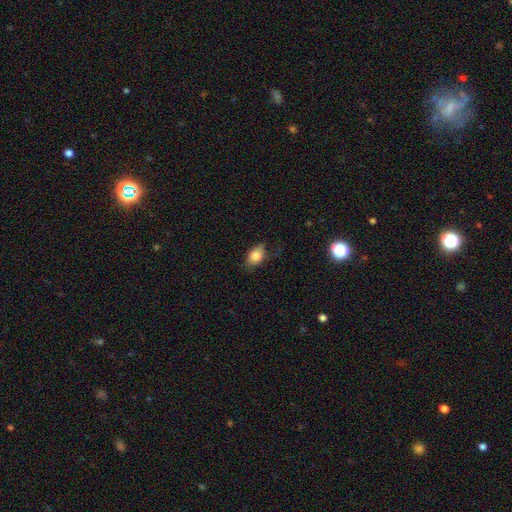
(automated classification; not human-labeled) smooth 81%, featured or disk 11%, star or artifact 8%. Down the decision tree: how rounded — in between (79%); merging — none (68%).